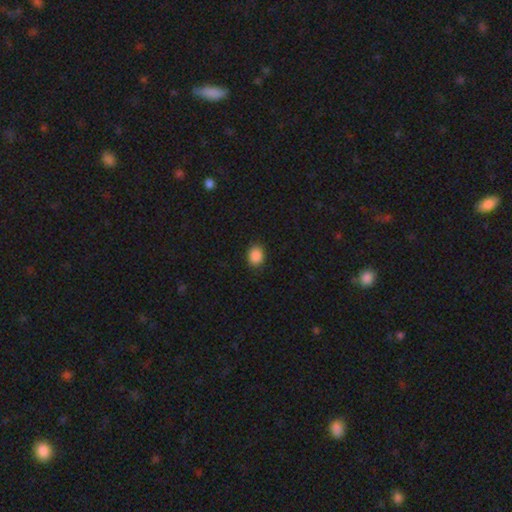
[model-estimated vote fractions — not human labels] The model was most divided on "how rounded": in between: 51%, round: 48%, cigar-shaped: 1%. More confident: merging — none (89%); smooth or featured — smooth (88%).